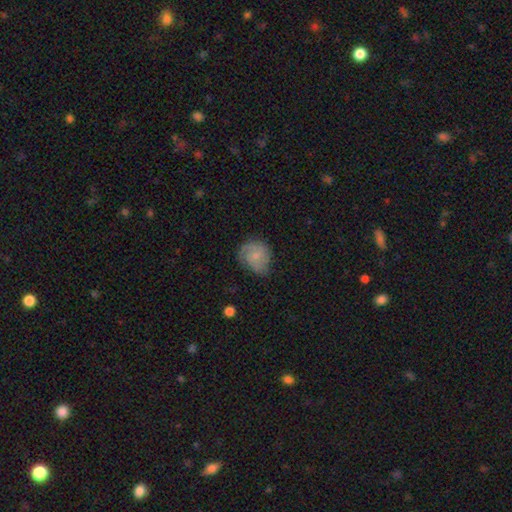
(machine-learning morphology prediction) Smooth or featured? Predicted: smooth (p=0.50). How rounded? Predicted: round (p=0.66). Merging? Predicted: none (p=0.55).